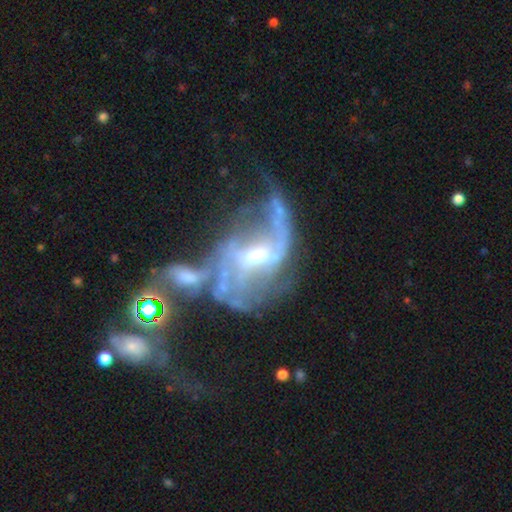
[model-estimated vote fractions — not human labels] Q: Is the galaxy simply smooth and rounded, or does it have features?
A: featured or disk — 84%.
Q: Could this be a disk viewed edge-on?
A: no — 97%.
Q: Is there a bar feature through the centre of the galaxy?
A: weak — 47%.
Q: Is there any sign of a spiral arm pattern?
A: yes — 84%.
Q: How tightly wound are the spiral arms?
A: loose — 65%.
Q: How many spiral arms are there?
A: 2 — 65%.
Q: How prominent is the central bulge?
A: moderate — 48%.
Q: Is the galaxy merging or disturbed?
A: merger — 44%.